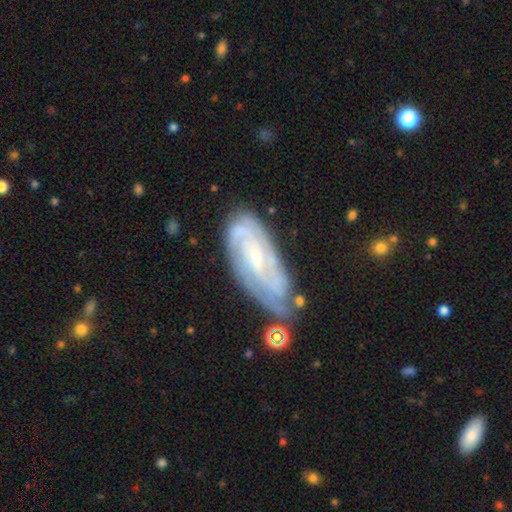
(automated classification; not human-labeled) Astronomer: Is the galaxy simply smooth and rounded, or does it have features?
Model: featured or disk — 75%.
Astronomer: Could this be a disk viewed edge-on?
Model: no — 90%.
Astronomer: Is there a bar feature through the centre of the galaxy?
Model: no — 51% (runner-up: weak, 37%).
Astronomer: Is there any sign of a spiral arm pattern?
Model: yes — 91%.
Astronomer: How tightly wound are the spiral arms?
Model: tight — 65%.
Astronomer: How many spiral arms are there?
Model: can't tell — 41% (runner-up: 2, 30%).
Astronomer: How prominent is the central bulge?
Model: small — 70%.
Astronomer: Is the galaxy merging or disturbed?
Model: none — 72%.